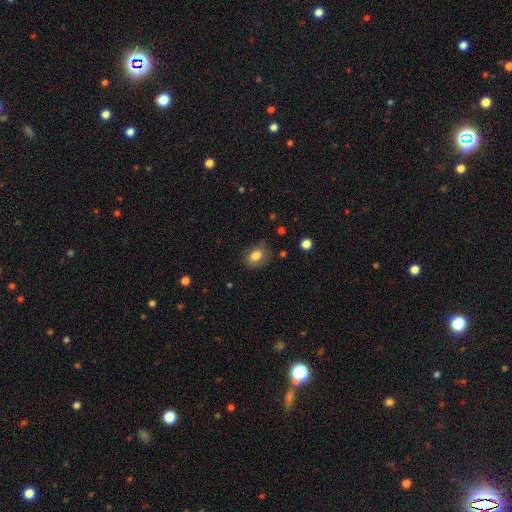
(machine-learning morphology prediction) Q: Smooth or featured?
A: smooth (81%); runner-up: featured or disk (10%)
Q: How rounded?
A: in between (61%); runner-up: round (37%)
Q: Merging?
A: none (74%); runner-up: minor disturbance (20%)